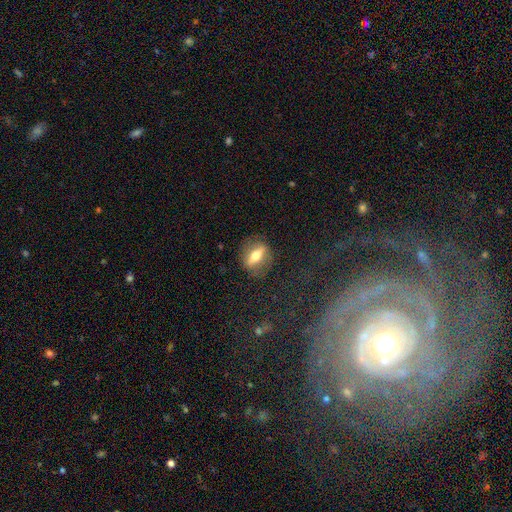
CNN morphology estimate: A featured or disk galaxy (52%) viewed edge-on (60%).

Vote fractions:
- Smooth or featured? featured or disk: 52% / smooth: 38% / star or artifact: 10%
- Edge-on disk? yes: 60% / no: 40%
- Merging? none: 83% / minor disturbance: 11% / major disturbance: 5% / merger: 1%